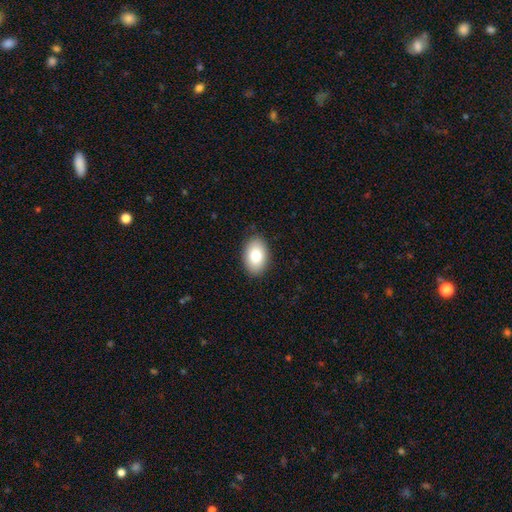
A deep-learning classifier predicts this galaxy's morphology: Smooth or featured?
  - smooth: 81% *
  - featured or disk: 11%
  - star or artifact: 7%
How rounded?
  - in between: 90% *
  - round: 9%
  - cigar-shaped: 1%
Merging?
  - none: 88% *
  - minor disturbance: 9%
  - major disturbance: 2%
  - merger: 1%